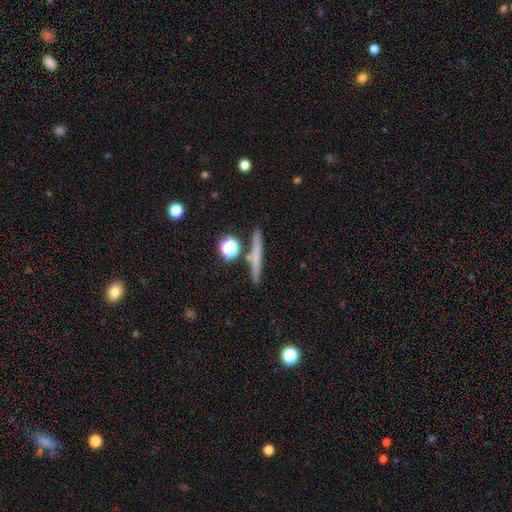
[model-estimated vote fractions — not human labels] A smooth galaxy with no disk features (60%) that is cigar-shaped (88%).

Vote fractions:
- Smooth or featured? smooth: 60% / featured or disk: 31% / star or artifact: 9%
- How rounded? cigar-shaped: 88% / round: 6% / in between: 5%
- Merging? none: 84% / minor disturbance: 8% / merger: 6% / major disturbance: 2%